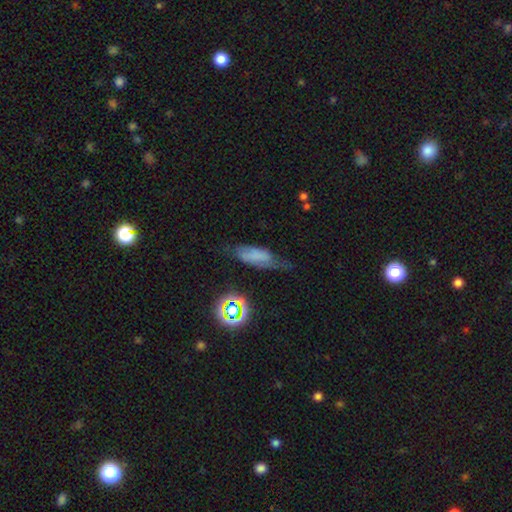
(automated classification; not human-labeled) smooth-or-featured: smooth: 55% | featured or disk: 31% | star or artifact: 15%
  how-rounded: in between: 65% | cigar-shaped: 30% | round: 5%
  merging: none: 45% | minor disturbance: 33% | major disturbance: 19% | merger: 3%